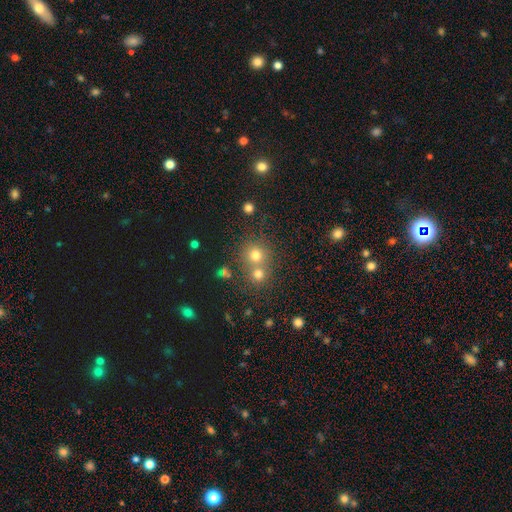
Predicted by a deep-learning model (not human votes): A smooth galaxy with no disk features (70%) that is round (87%).

Vote fractions:
- Smooth or featured? smooth: 70% / star or artifact: 20% / featured or disk: 10%
- How rounded? round: 87% / in between: 12% / cigar-shaped: 1%
- Merging? none: 54% / merger: 38% / minor disturbance: 6% / major disturbance: 2%